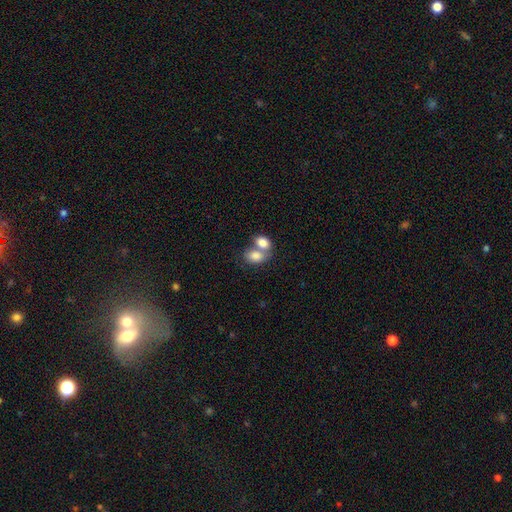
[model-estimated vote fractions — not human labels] Overall: smooth (81%). How rounded: in between (80%). Merging: merger (64%; none 25%).